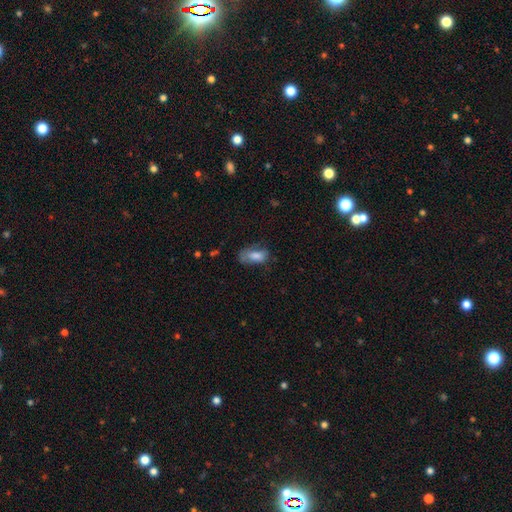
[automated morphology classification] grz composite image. It shows a smooth galaxy with no disk features (73%) that is in between round and cigar-shaped (89%). Merging: none (42%).